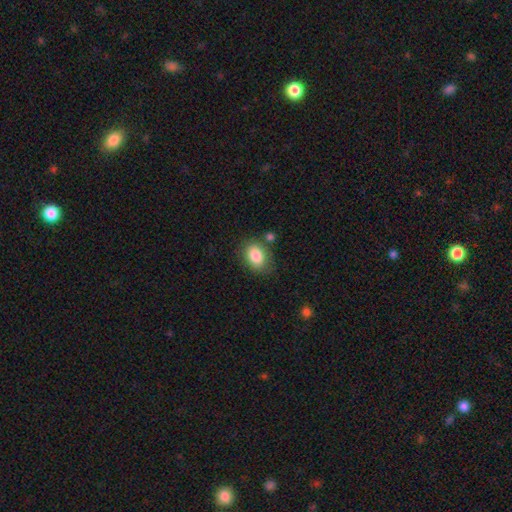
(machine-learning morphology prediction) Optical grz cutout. It shows a smooth galaxy with no disk features (85%) that is in between round and cigar-shaped (74%). Merging: none (74%).